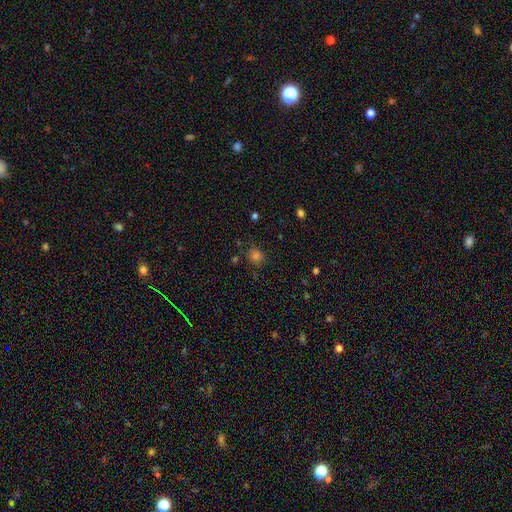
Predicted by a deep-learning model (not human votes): This appears to be a smooth galaxy with no disk features (71%) that is round (81%). Merging: none (81%).